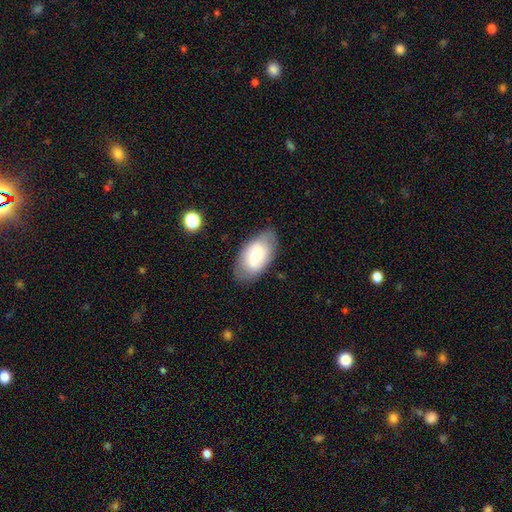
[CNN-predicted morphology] The model was most divided on "smooth or featured": smooth: 62%, featured or disk: 31%, star or artifact: 7%. More confident: how rounded — in between (93%); merging — none (79%).